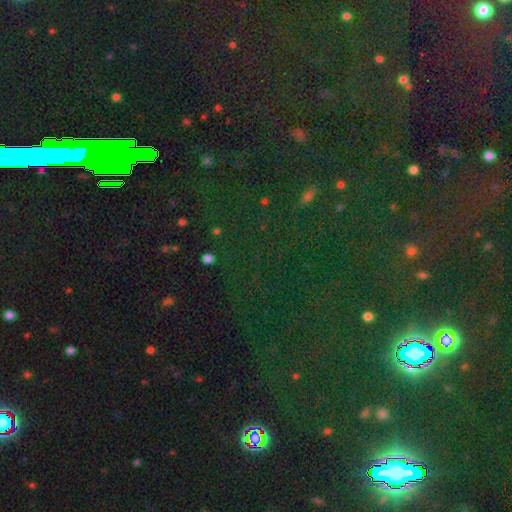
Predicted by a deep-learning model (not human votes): star or artifact 80%, smooth 12%, featured or disk 8%.